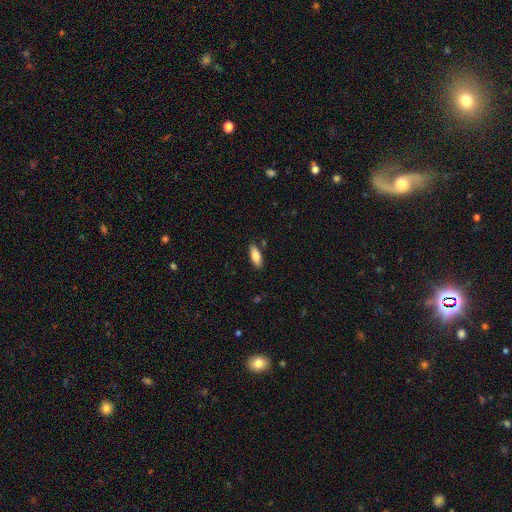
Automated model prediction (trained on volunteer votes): The model was most divided on "how rounded": in between: 74%, cigar-shaped: 24%, round: 2%. More confident: merging — none (85%); smooth or featured — smooth (84%).